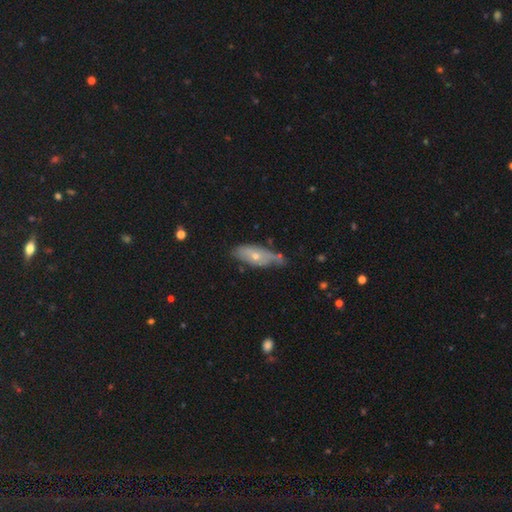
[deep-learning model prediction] Overall: smooth (48%; featured or disk 45%). Merging: none (48%; minor disturbance 35%).